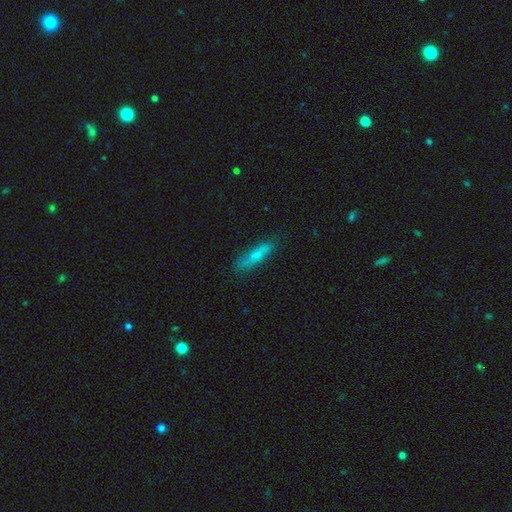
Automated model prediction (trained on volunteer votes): smooth-or-featured: smooth: 65% | featured or disk: 26% | star or artifact: 9%
  how-rounded: cigar-shaped: 81% | in between: 17% | round: 2%
  merging: none: 82% | minor disturbance: 14% | major disturbance: 3% | merger: 2%